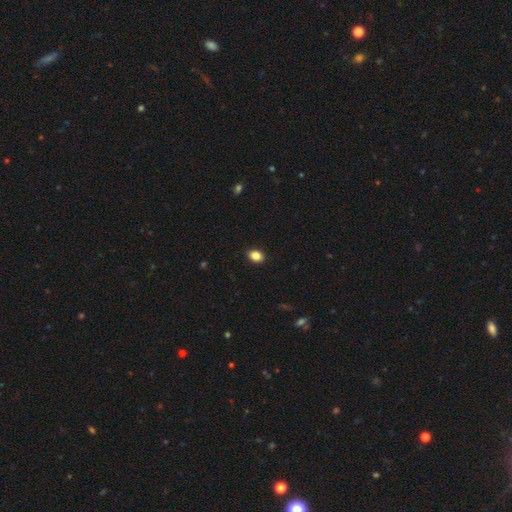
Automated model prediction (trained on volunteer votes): This is clearly a smooth galaxy (87%). How rounded: likely in between (73%). Merging: clearly none (91%).